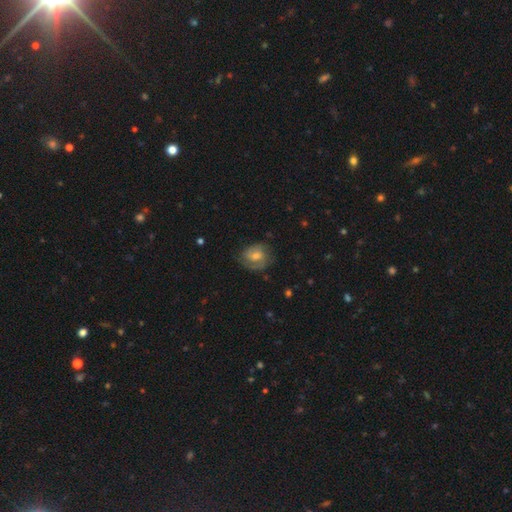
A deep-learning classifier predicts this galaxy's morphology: The model was most divided on "smooth or featured": featured or disk: 49%, smooth: 40%, star or artifact: 11%. More confident: merging — none (68%).